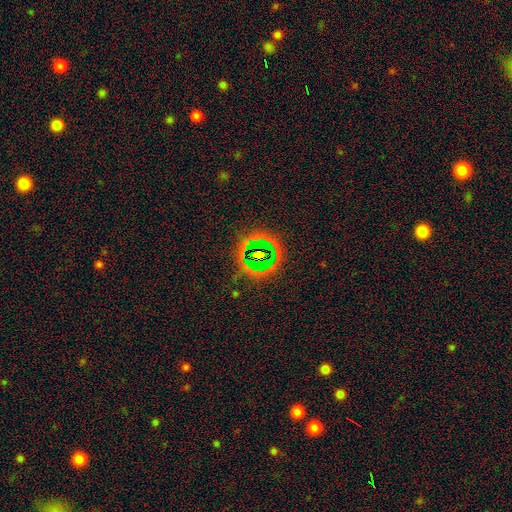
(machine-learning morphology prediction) A star or artifact, not a galaxy (71%).

Vote fractions:
- Smooth or featured? star or artifact: 71% / smooth: 17% / featured or disk: 13%